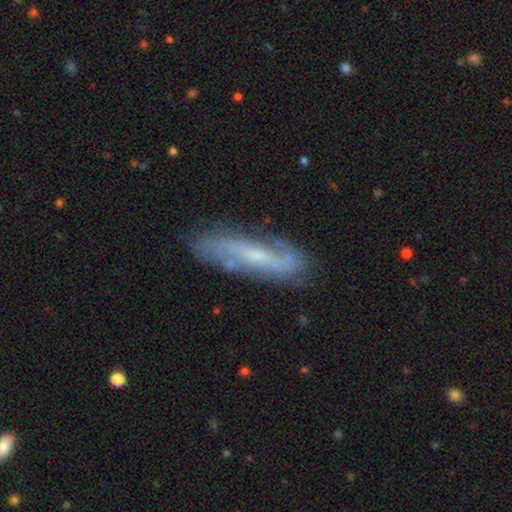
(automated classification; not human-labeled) Smooth or featured? Predicted: featured or disk (p=0.71). Edge-on disk? Predicted: no (p=0.71). Merging? Predicted: none (p=0.76).